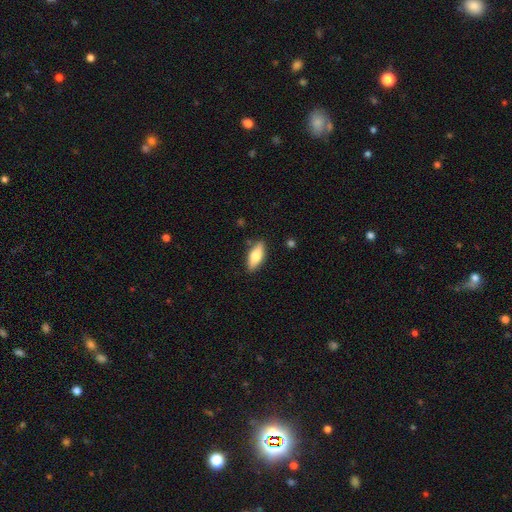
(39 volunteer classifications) This is likely a smooth galaxy (69%). How rounded: likely in between (74%). Merging: clearly none (84%).